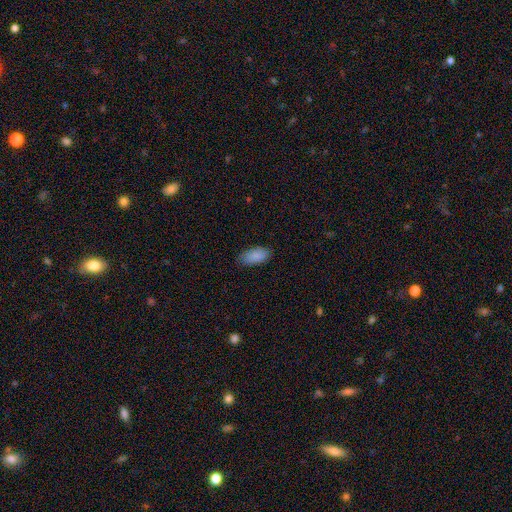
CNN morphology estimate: Q: Smooth or featured?
A: smooth (88%); runner-up: star or artifact (6%)
Q: How rounded?
A: in between (92%); runner-up: cigar-shaped (6%)
Q: Merging?
A: none (81%); runner-up: minor disturbance (15%)